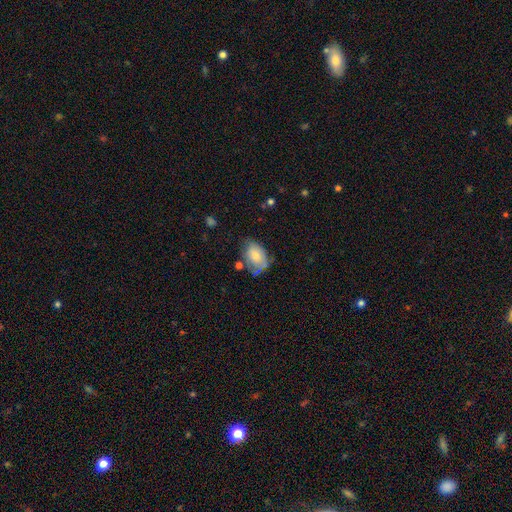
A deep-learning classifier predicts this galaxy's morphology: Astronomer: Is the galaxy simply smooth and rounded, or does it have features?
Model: smooth — 66%.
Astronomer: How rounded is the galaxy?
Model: in between — 81%.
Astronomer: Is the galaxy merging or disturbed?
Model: none — 44% (runner-up: minor disturbance, 33%).